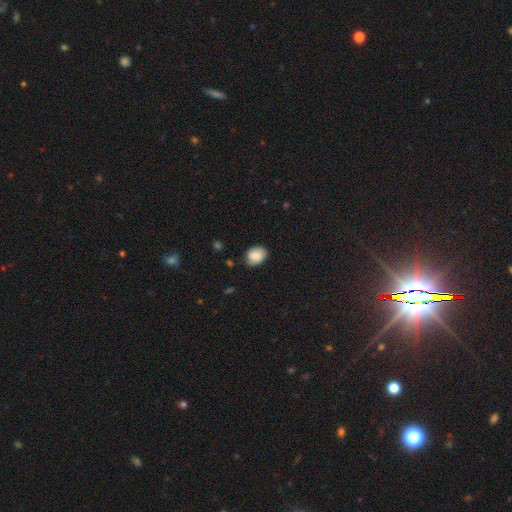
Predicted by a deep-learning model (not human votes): smooth 83%, featured or disk 9%, star or artifact 8%. Down the decision tree: how rounded — in between (59%); merging — none (77%).